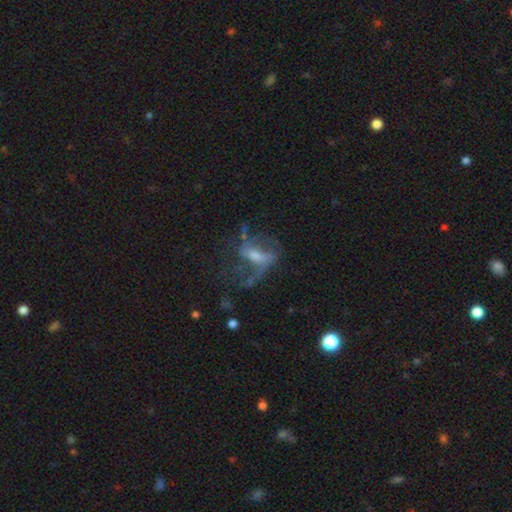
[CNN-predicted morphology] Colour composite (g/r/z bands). It shows a featured or disk galaxy (70%) with a weak bar (40%), spiral arms (71%) and a moderate central bulge (42%). Merging: major disturbance (39%, tied with none).